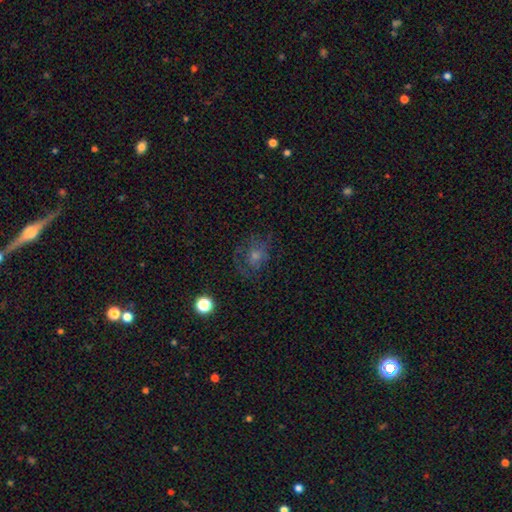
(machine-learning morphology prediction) A smooth galaxy with no disk features (46%).

Vote fractions:
- Smooth or featured? smooth: 46% / featured or disk: 36% / star or artifact: 17%
- Merging? none: 57% / major disturbance: 21% / minor disturbance: 21% / merger: 2%